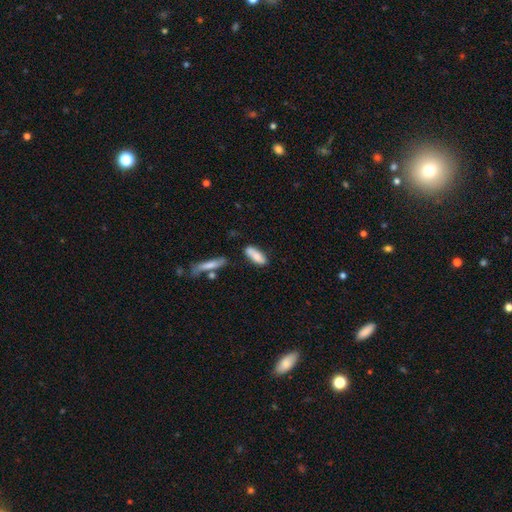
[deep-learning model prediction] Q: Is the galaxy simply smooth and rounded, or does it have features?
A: smooth — 79%.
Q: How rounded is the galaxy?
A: in between — 63%.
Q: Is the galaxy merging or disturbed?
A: none — 69%.